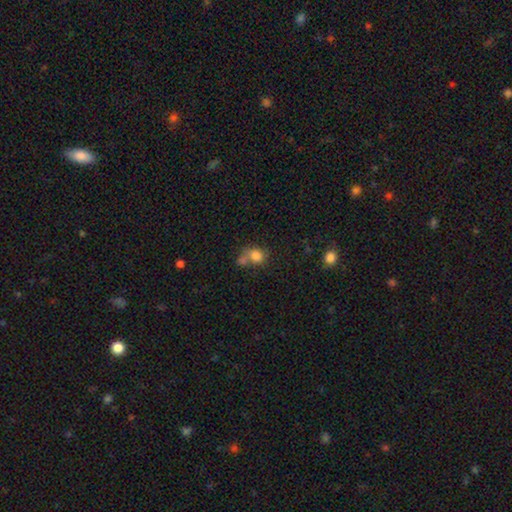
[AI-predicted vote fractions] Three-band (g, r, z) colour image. It shows a smooth galaxy with no disk features (79%) that is round (62%). Merging: none (42%).